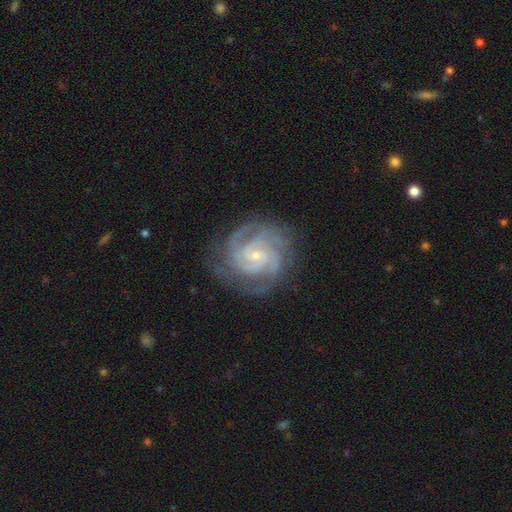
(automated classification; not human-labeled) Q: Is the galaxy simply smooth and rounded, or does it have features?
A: featured or disk — 91%.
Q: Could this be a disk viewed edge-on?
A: no — 98%.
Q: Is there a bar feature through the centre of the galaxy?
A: no — 61%.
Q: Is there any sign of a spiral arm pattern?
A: yes — 99%.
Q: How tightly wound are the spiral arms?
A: tight — 71%.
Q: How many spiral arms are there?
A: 3 — 36%.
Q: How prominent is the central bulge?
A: small — 79%.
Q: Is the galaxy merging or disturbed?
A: none — 79%.